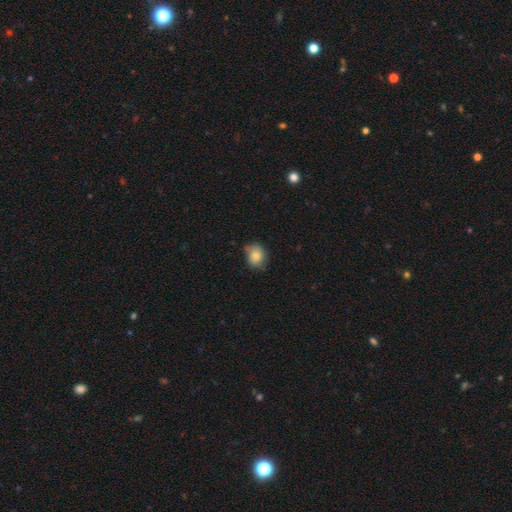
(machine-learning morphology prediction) smooth_or_featured: smooth (p=0.80) [alt: featured or disk p=0.11]
how_rounded: round (p=0.53) [alt: in between p=0.46]
merging: none (p=0.65) [alt: minor disturbance p=0.27]